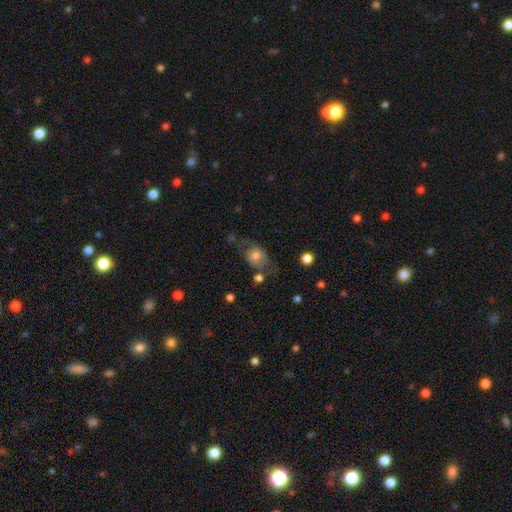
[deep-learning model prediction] smooth 63%, featured or disk 28%, star or artifact 9%. Down the decision tree: how rounded — in between (61%); merging — none (46%).